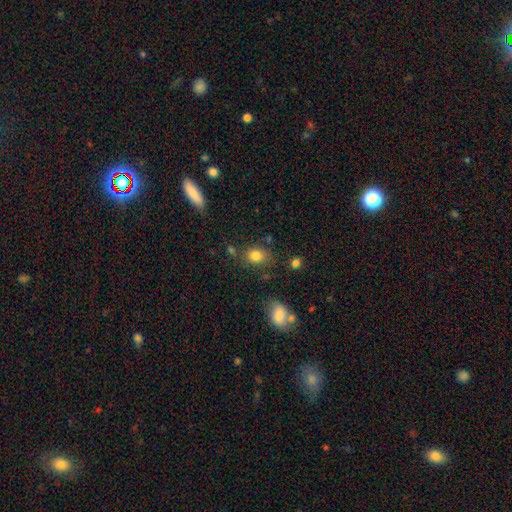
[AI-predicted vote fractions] Smooth or featured? smooth (82%)
How rounded? in between (55%)
Merging? none (73%)